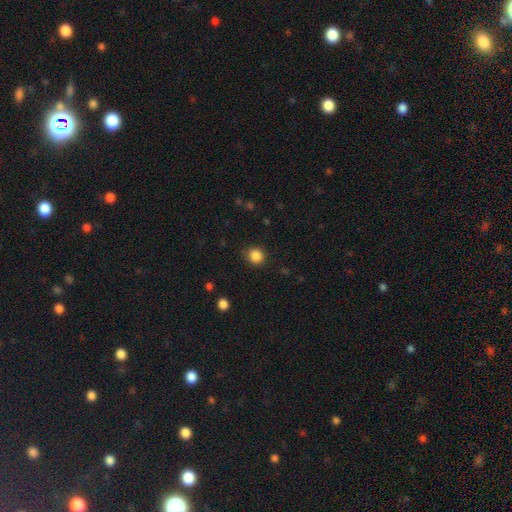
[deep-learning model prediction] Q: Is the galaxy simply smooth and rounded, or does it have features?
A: smooth — 86%.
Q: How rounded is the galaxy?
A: round — 85%.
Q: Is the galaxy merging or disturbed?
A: none — 84%.